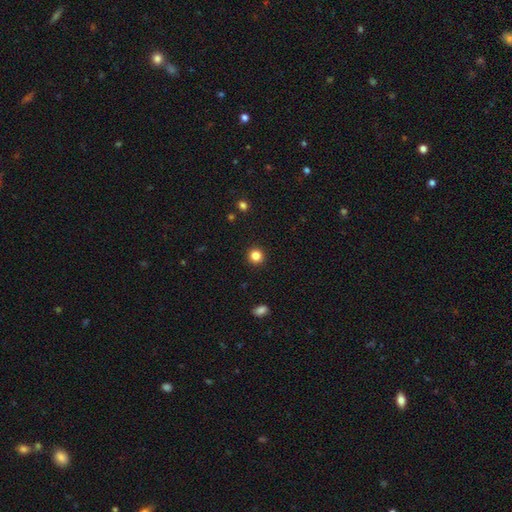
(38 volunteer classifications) Volunteers were most divided on "how rounded": round: 92%, in between: 6%, cigar-shaped: 3%. More confident: smooth or featured — smooth (95%); merging — none (92%).